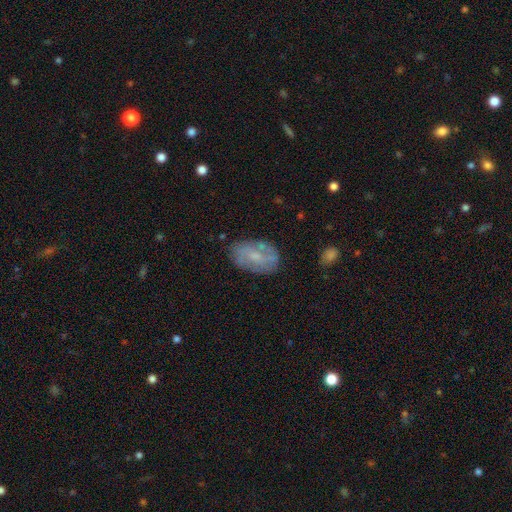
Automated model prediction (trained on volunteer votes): smooth_or_featured: featured or disk (p=0.54) [alt: smooth p=0.39]
disk_edge_on: no (p=0.95) [alt: yes p=0.05]
bar: no (p=0.46) [alt: weak p=0.43]
has_spiral_arms: yes (p=0.68) [alt: no p=0.32]
bulge_size: small (p=0.48) [alt: moderate p=0.34]
merging: none (p=0.73) [alt: minor disturbance p=0.19]